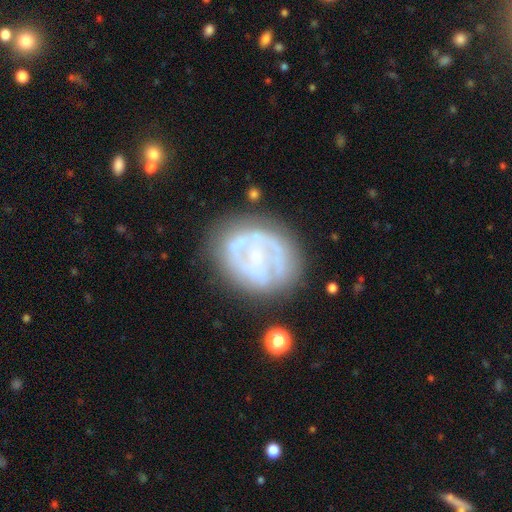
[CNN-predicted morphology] Smooth or featured? featured or disk (73%)
Edge-on disk? no (97%)
Bar? no (58%)
Spiral arms? yes (61%)
Bulge size? small (64%)
Merging? none (65%)